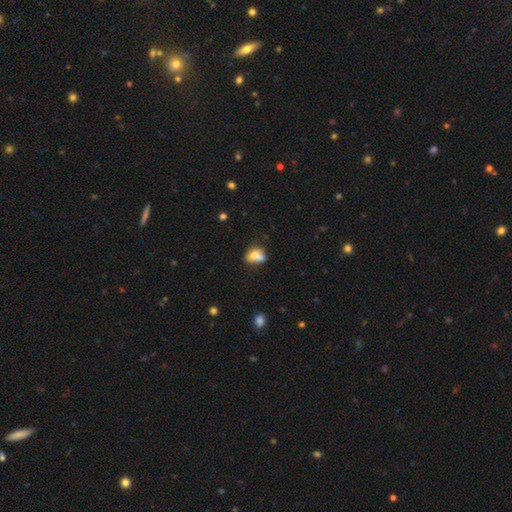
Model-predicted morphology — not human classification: Smooth or featured: smooth — 74% (featured or disk — 15%)
How rounded: in between — 75% (round — 21%)
Merging: none — 41% (minor disturbance — 28%)